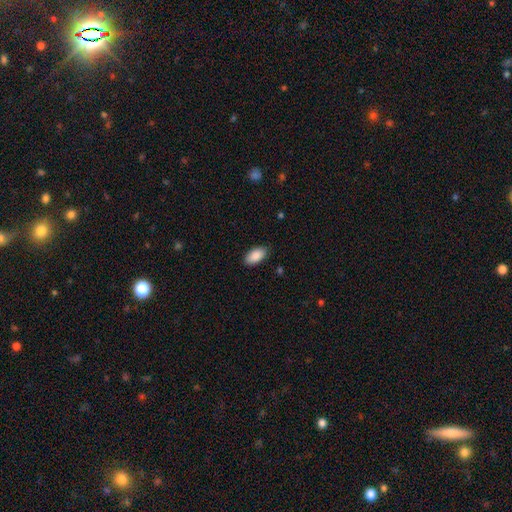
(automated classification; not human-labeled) Smooth or featured: smooth — 89% (star or artifact — 6%)
How rounded: in between — 95% (cigar-shaped — 3%)
Merging: none — 87% (minor disturbance — 10%)